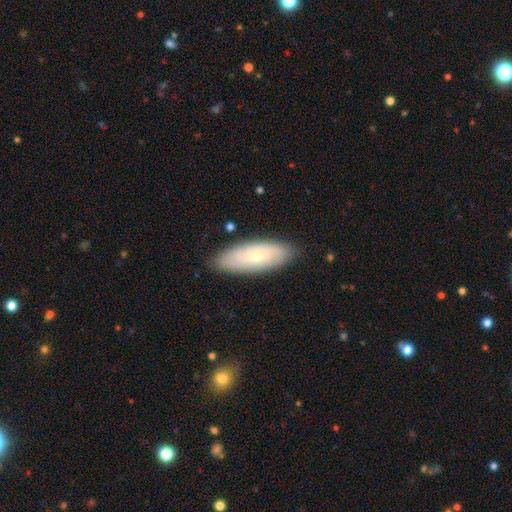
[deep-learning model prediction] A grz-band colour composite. It shows a featured or disk galaxy (57%). Merging: none (85%).